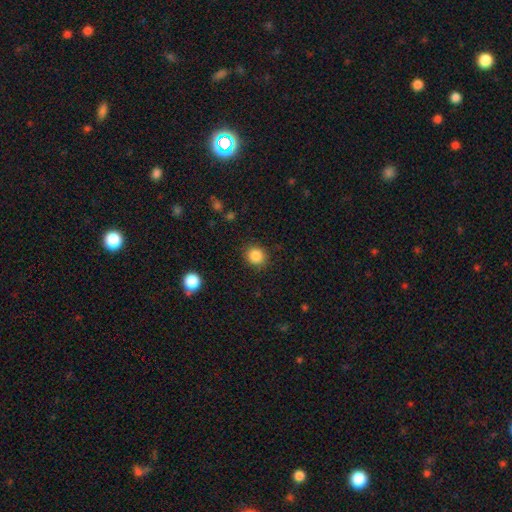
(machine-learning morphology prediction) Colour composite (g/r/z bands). It shows a smooth galaxy with no disk features (86%) that is round (85%). Merging: none (89%).